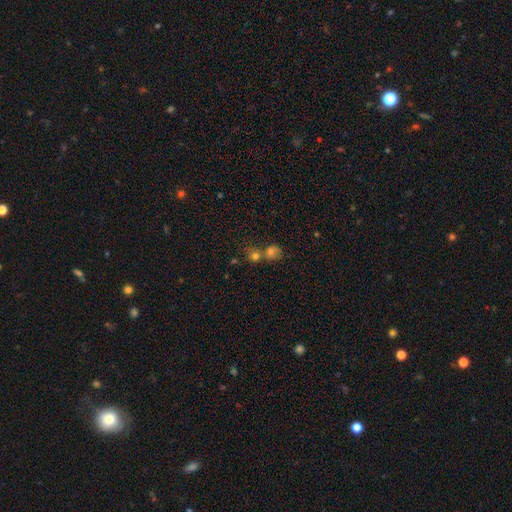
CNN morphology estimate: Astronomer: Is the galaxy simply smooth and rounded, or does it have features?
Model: smooth — 64%.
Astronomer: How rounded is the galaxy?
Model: round — 82%.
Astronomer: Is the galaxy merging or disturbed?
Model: none — 45% (runner-up: merger, 44%).